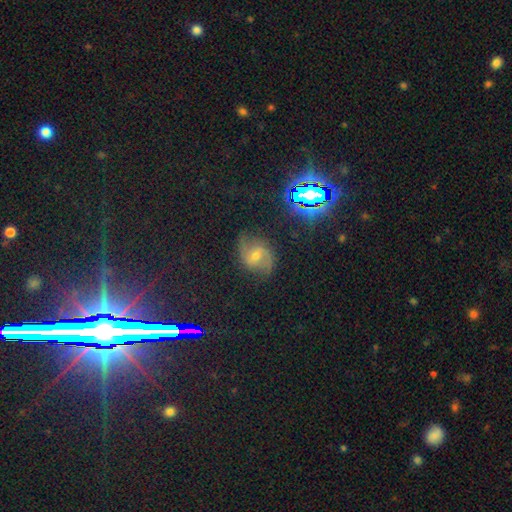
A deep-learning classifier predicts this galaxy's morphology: type=featured or disk (62%); edge-on=no (96%); bar=weak (44%); spiral arms=yes (91%); winding=loose (45%); arm count=2 (89%); bulge=small (51%); merging=none (74%).